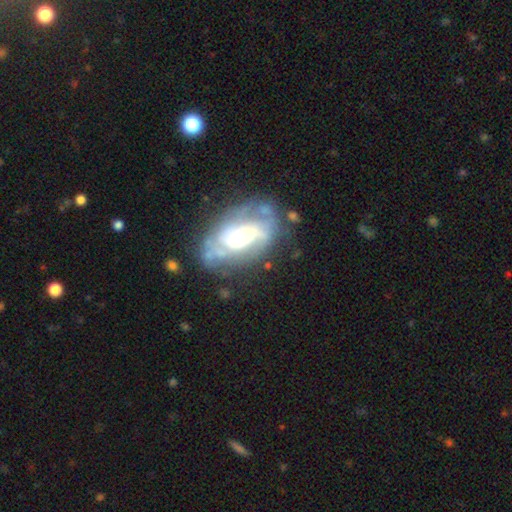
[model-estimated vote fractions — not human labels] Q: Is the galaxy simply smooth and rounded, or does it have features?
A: featured or disk — 70%.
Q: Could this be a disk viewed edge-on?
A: no — 88%.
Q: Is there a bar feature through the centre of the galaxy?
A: no — 37%.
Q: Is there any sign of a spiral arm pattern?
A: yes — 64%.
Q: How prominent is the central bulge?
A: moderate — 43%.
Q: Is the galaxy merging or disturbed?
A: none — 63%.